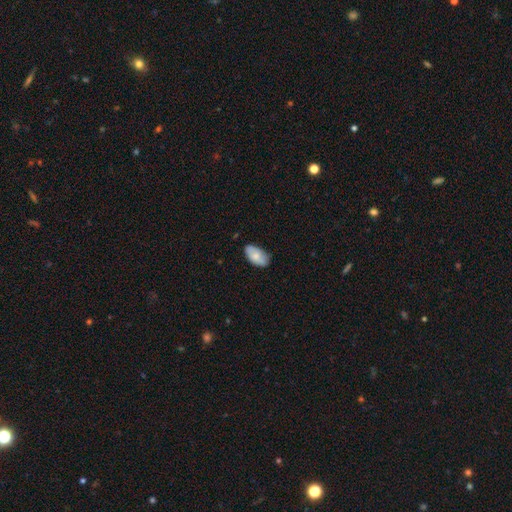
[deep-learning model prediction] Morphology: type=smooth (76%); roundness=in between (95%); merging=none (73%).